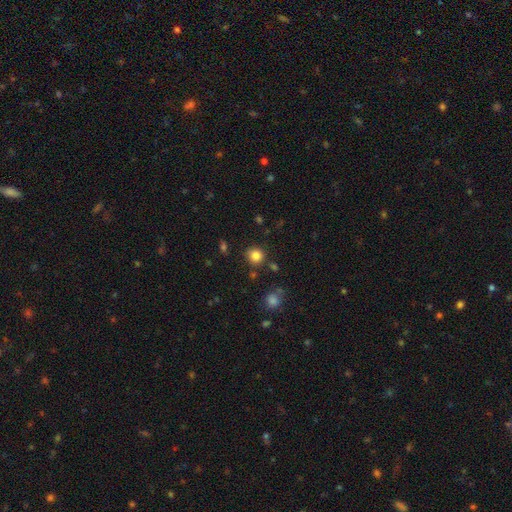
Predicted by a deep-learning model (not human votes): Smooth or featured? Predicted: smooth (p=0.83). How rounded? Predicted: round (p=0.90). Merging? Predicted: none (p=0.82).